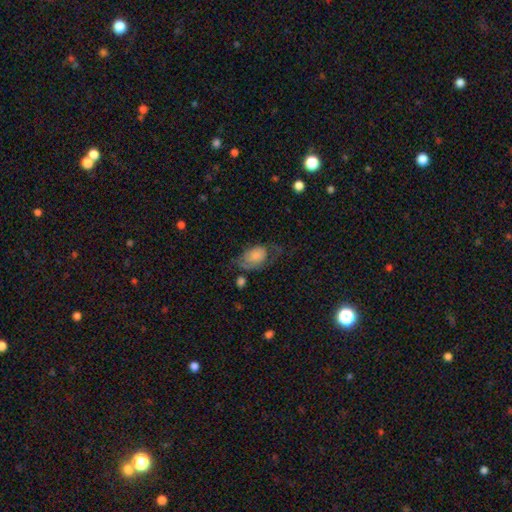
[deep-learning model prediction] Smooth or featured? smooth (65%)
How rounded? in between (83%)
Merging? major disturbance (35%)